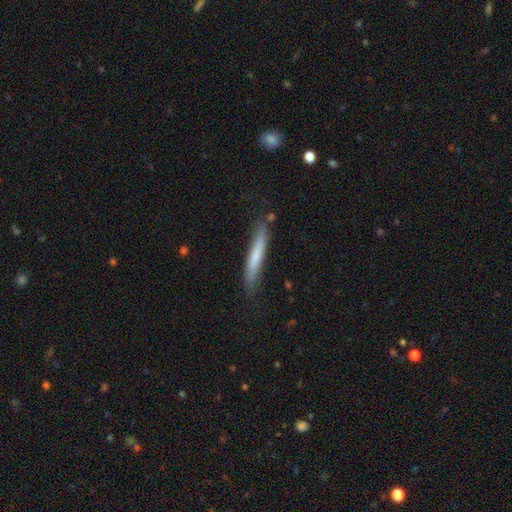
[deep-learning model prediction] Smooth or featured?
  - smooth: 65% *
  - featured or disk: 29%
  - star or artifact: 6%
How rounded?
  - cigar-shaped: 95% *
  - in between: 4%
  - round: 1%
Merging?
  - none: 78% *
  - minor disturbance: 17%
  - major disturbance: 3%
  - merger: 2%